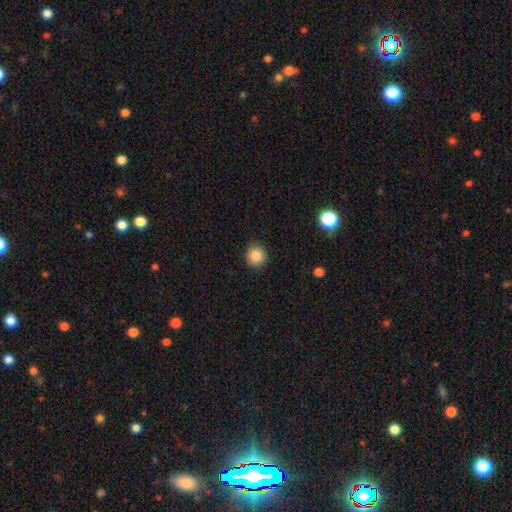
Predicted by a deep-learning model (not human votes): This is clearly a smooth galaxy (86%). How rounded: clearly round (90%). Merging: clearly none (88%).